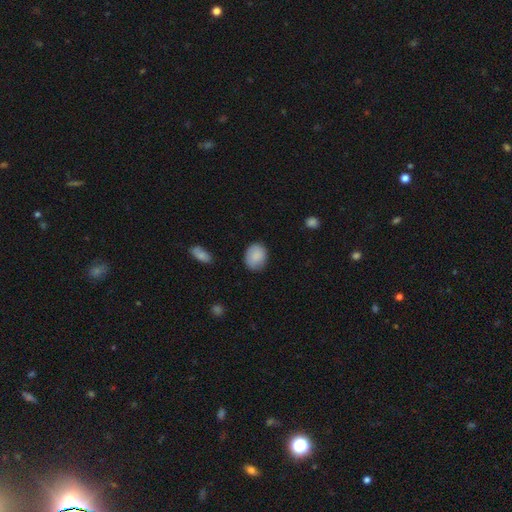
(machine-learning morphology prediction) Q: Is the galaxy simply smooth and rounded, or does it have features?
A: smooth — 88%.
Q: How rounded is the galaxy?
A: in between — 54%.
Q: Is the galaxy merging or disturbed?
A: none — 80%.